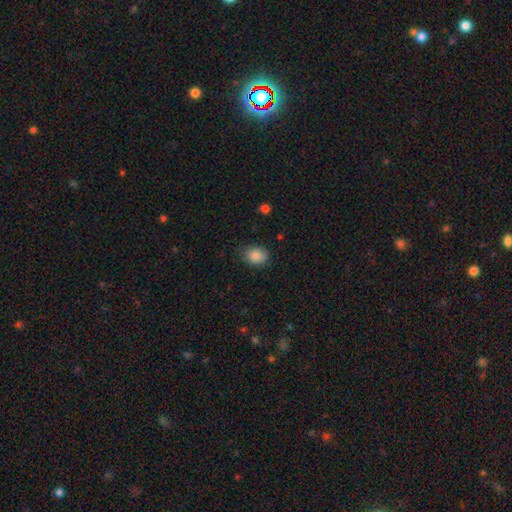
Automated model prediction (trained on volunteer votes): Smooth or featured: smooth — 86% (star or artifact — 9%)
How rounded: in between — 51% (round — 48%)
Merging: none — 79% (minor disturbance — 17%)